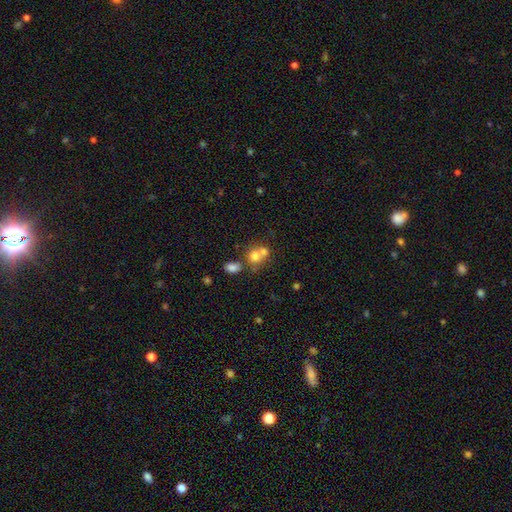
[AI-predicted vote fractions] Smooth or featured: smooth — 70% (featured or disk — 17%)
How rounded: round — 73% (in between — 26%)
Merging: merger — 52% (none — 37%)